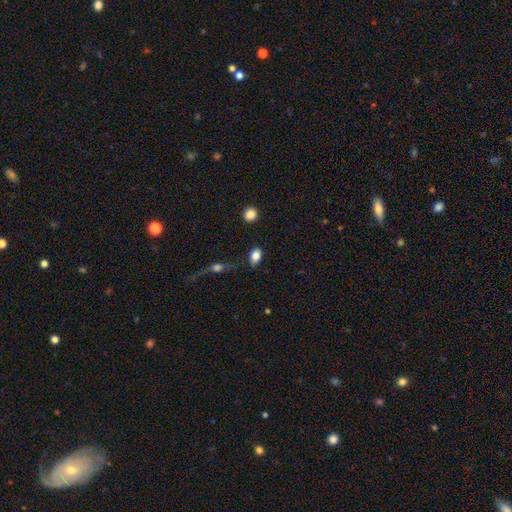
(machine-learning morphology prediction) This is clearly a smooth galaxy (84%). How rounded: clearly in between (81%). Merging: likely none (74%).